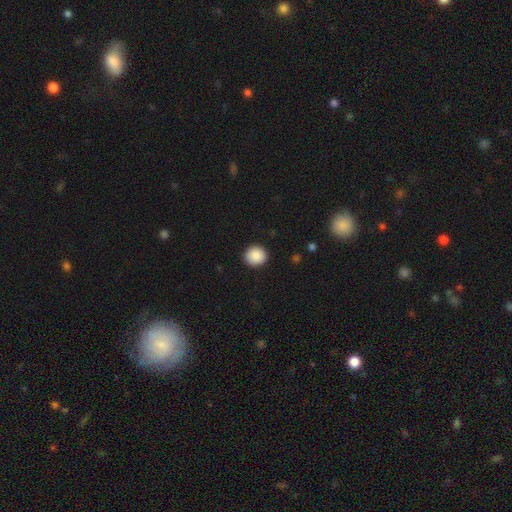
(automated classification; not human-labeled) A smooth galaxy with no disk features (89%) that is round (88%).

Vote fractions:
- Smooth or featured? smooth: 89% / star or artifact: 8% / featured or disk: 3%
- How rounded? round: 88% / in between: 11% / cigar-shaped: 1%
- Merging? none: 92% / minor disturbance: 6% / major disturbance: 2% / merger: 1%